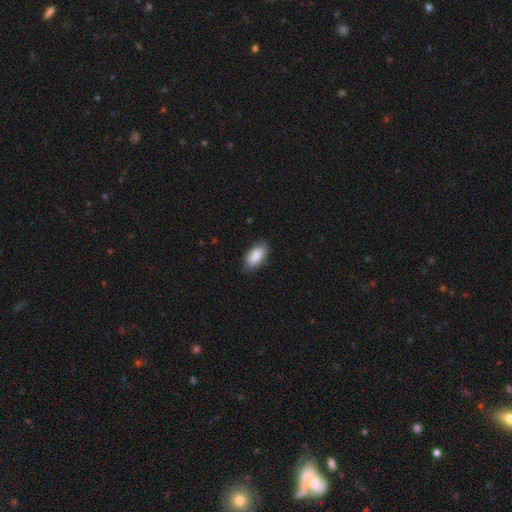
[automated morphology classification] smooth 88%, featured or disk 6%, star or artifact 6%. Down the decision tree: how rounded — in between (92%); merging — none (84%).